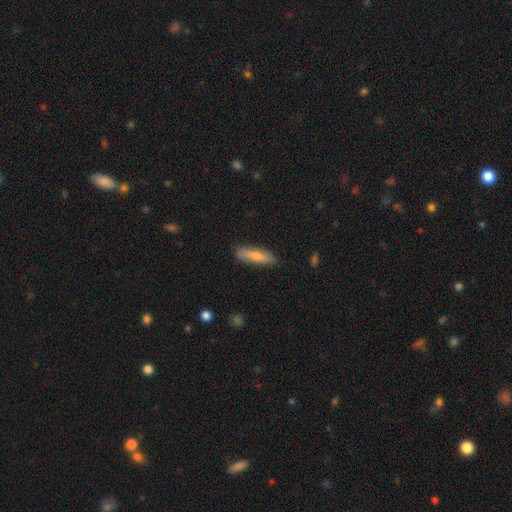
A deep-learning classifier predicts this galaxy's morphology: smooth-or-featured: smooth: 76% | featured or disk: 18% | star or artifact: 6%
  how-rounded: cigar-shaped: 65% | in between: 33% | round: 2%
  merging: none: 84% | minor disturbance: 12% | major disturbance: 2% | merger: 1%